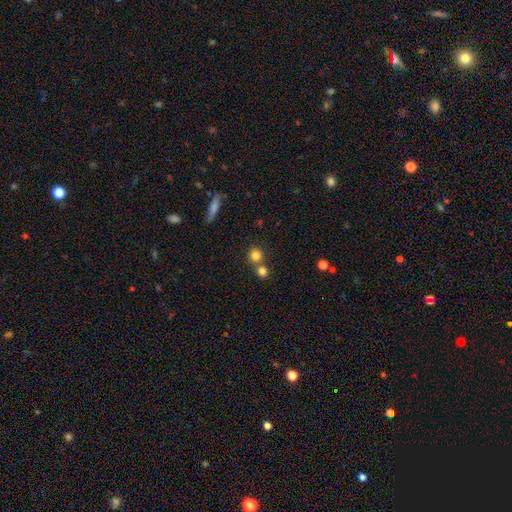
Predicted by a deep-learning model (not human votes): smooth 81%, star or artifact 12%, featured or disk 7%. Down the decision tree: how rounded — round (89%); merging — none (58%).